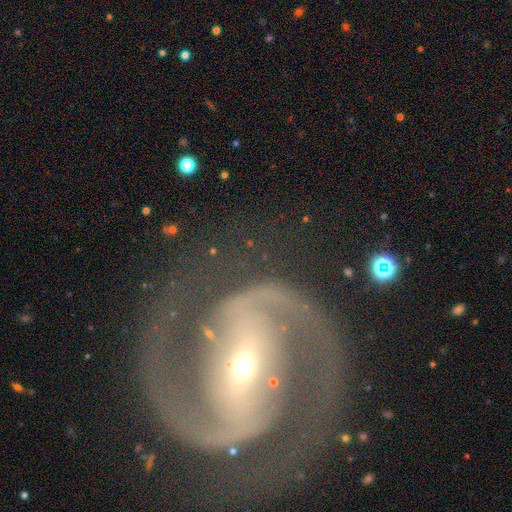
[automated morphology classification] Smooth or featured? Predicted: featured or disk (p=0.93). Edge-on disk? Predicted: no (p=0.98). Bar? Predicted: strong (p=0.55). Spiral arms? Predicted: yes (p=0.99). Spiral winding? Predicted: medium (p=0.61). Spiral arm count? Predicted: 2 (p=0.94). Bulge size? Predicted: small (p=0.73). Merging? Predicted: none (p=0.82).